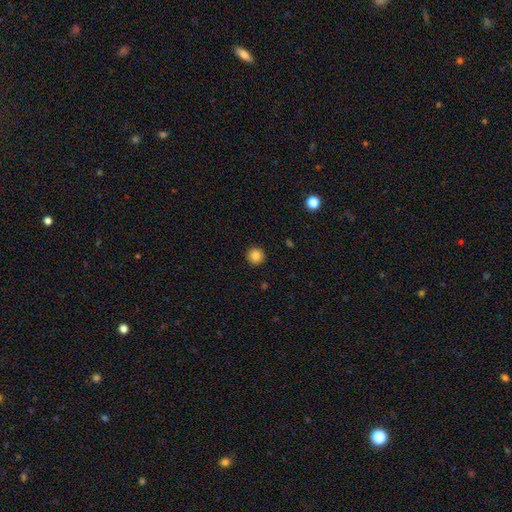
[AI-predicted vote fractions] Overall: smooth (85%). How rounded: round (96%). Merging: none (93%).